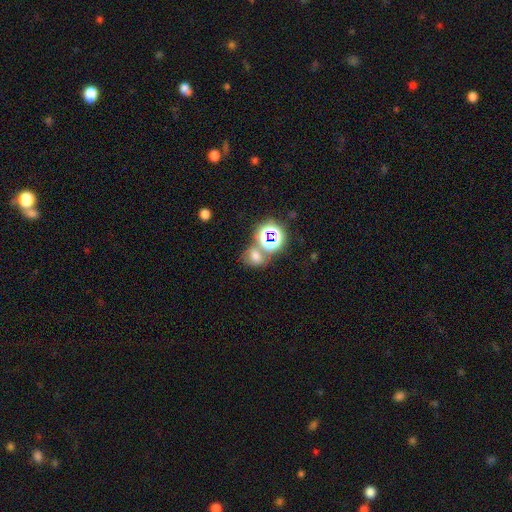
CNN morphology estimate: Smooth or featured? Predicted: smooth (p=0.56). How rounded? Predicted: round (p=0.55). Merging? Predicted: none (p=0.54).